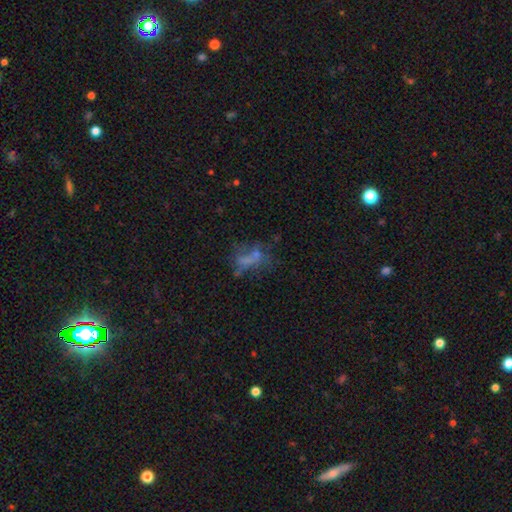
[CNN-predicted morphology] Smooth or featured? featured or disk (37%)
Merging? none (40%)